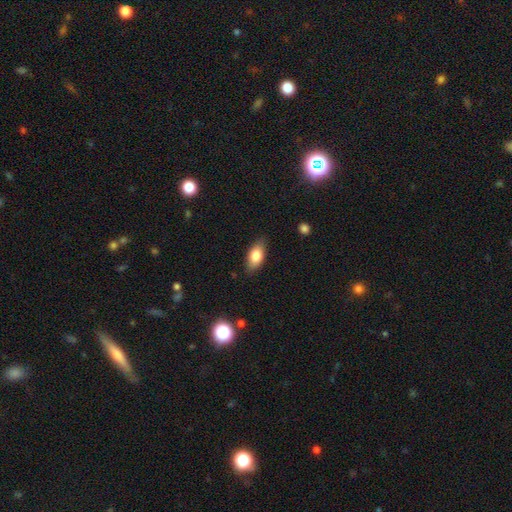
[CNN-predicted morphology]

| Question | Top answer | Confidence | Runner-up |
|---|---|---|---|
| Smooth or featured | smooth | 77% | featured or disk (15%) |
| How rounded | in between | 88% | cigar-shaped (7%) |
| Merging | none | 82% | minor disturbance (15%) |